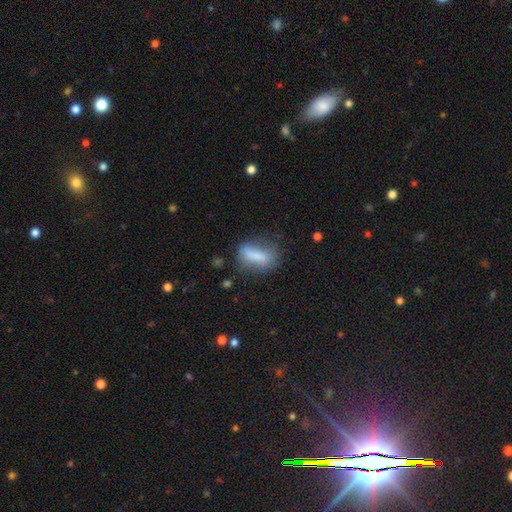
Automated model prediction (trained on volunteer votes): Smooth or featured? Predicted: smooth (p=0.67). How rounded? Predicted: in between (p=0.73). Merging? Predicted: none (p=0.47).